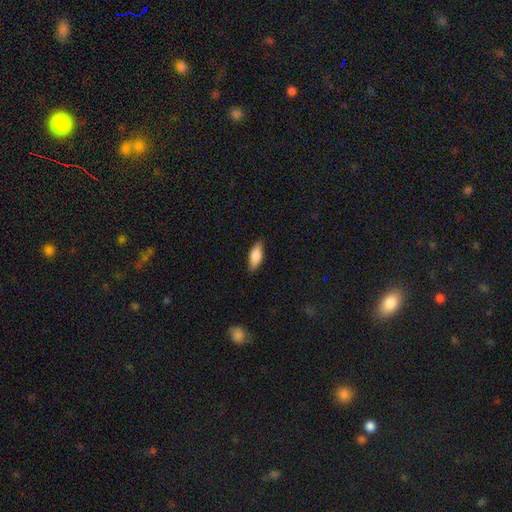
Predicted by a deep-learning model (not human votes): The model was most divided on "how rounded": in between: 75%, cigar-shaped: 23%, round: 2%. More confident: merging — none (84%); smooth or featured — smooth (78%).